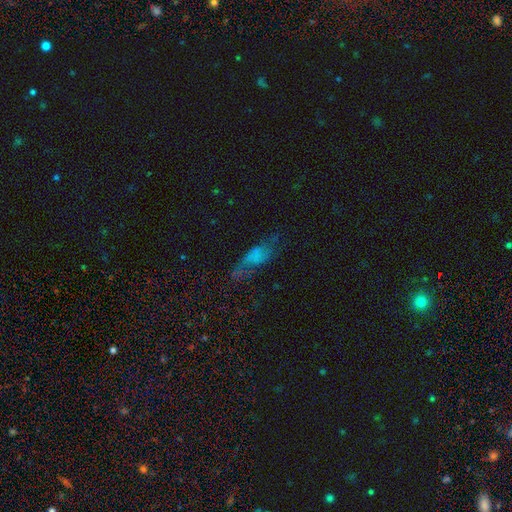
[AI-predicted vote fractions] featured or disk 42%, smooth 41%, star or artifact 17%. Down the decision tree: merging — none (48%).